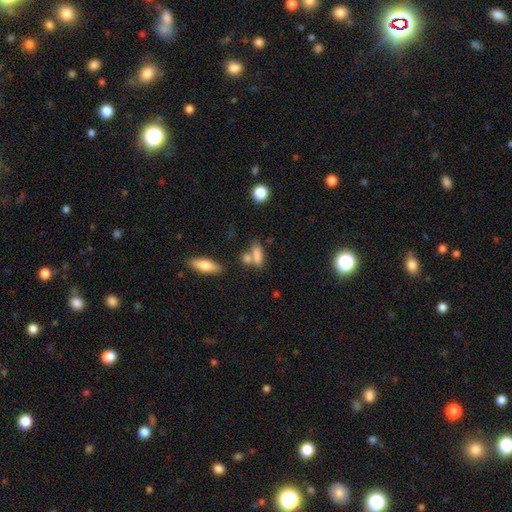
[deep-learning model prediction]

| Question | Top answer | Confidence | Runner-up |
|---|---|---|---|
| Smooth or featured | smooth | 78% | featured or disk (12%) |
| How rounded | in between | 61% | cigar-shaped (33%) |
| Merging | none | 43% | merger (38%) |